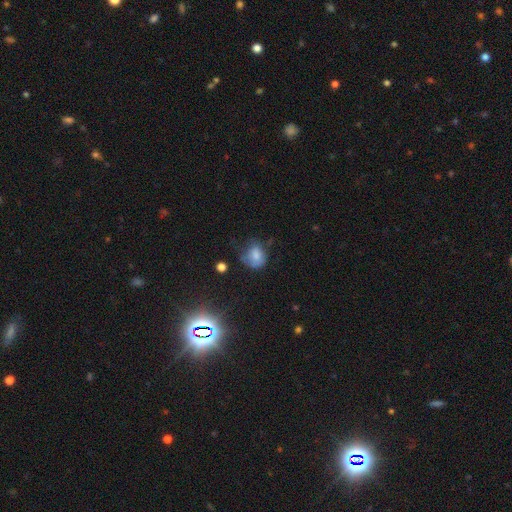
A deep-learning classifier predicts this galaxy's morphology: type=smooth (71%); roundness=round (59%); merging=none (41%).